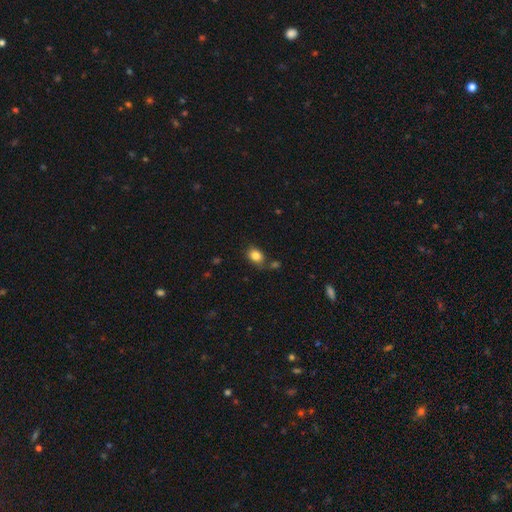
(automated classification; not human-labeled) Morphology: type=smooth (84%); roundness=in between (58%); merging=none (70%).